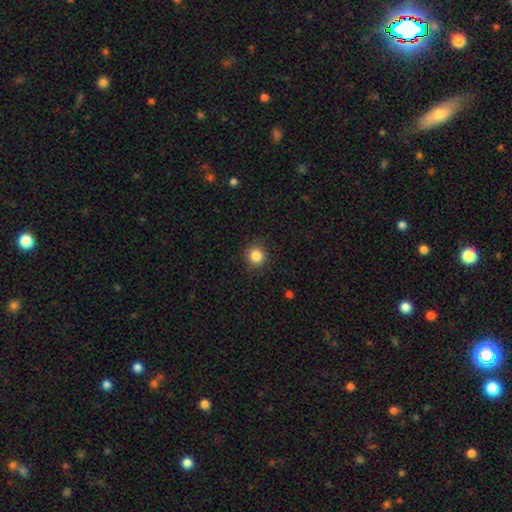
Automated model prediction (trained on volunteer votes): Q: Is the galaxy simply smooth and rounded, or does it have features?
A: smooth — 85%.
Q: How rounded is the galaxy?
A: round — 90%.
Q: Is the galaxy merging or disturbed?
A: none — 88%.